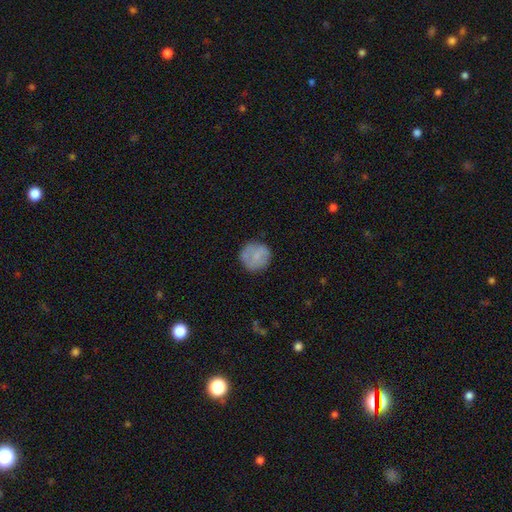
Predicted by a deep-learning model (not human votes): This appears to be a smooth galaxy with no disk features (74%) that is round (92%). Merging: none (79%).